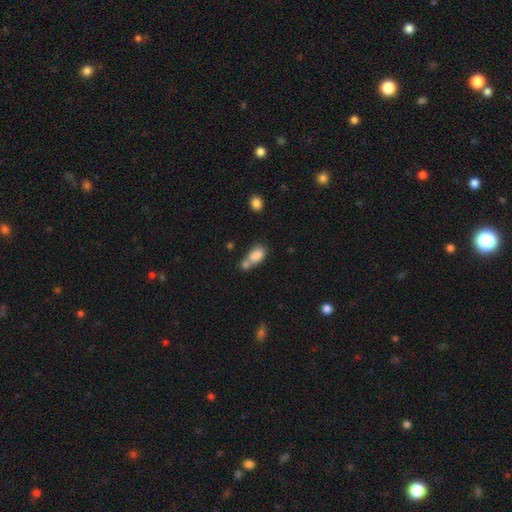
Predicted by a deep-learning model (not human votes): This is clearly a smooth galaxy (81%). How rounded: clearly in between (85%). Merging: possibly merger (52%).